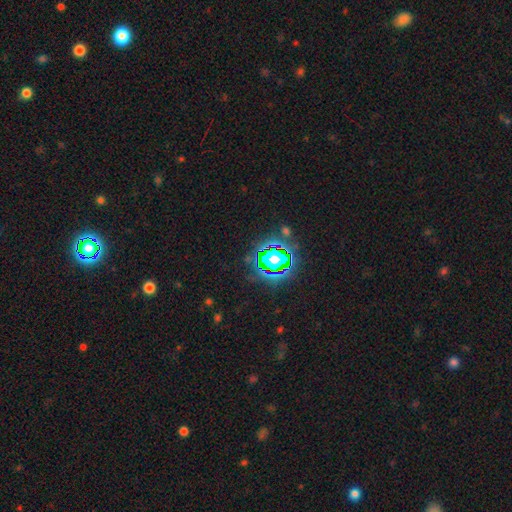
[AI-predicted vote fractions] smooth-or-featured: star or artifact: 80% | smooth: 13% | featured or disk: 8%